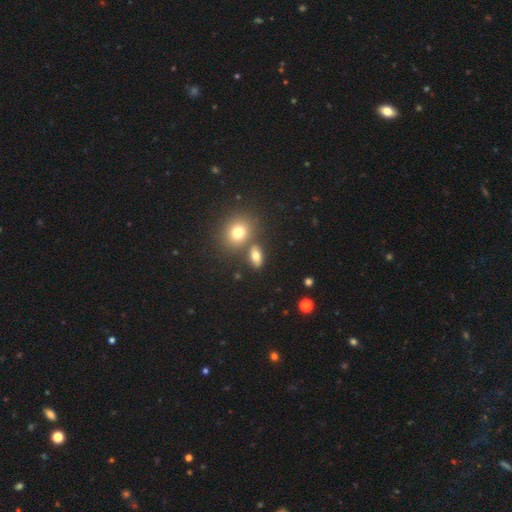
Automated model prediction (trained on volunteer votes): Smooth or featured?
  - smooth: 73% *
  - star or artifact: 13%
  - featured or disk: 13%
How rounded?
  - in between: 75% *
  - round: 19%
  - cigar-shaped: 6%
Merging?
  - none: 71% *
  - merger: 14%
  - minor disturbance: 11%
  - major disturbance: 4%